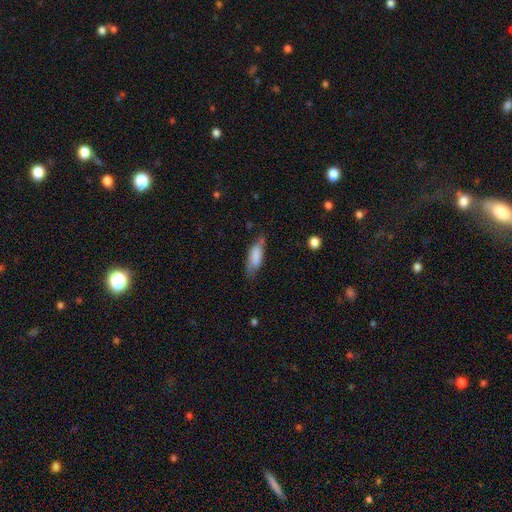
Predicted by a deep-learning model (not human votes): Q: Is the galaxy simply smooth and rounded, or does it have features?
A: smooth — 72%.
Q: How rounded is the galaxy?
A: in between — 74%.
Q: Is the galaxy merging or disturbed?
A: none — 55%.